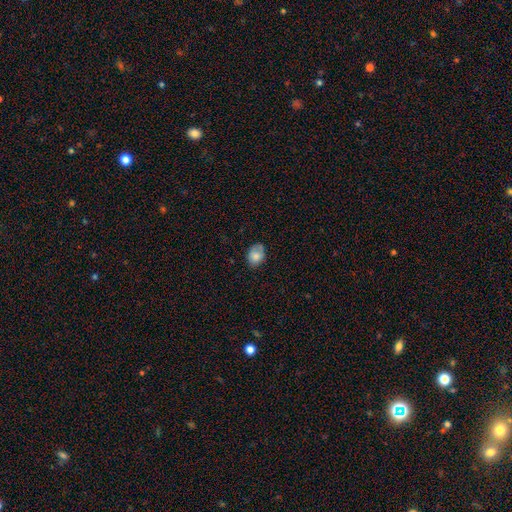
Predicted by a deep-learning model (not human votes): Q: Smooth or featured?
A: smooth (78%); runner-up: featured or disk (13%)
Q: How rounded?
A: in between (72%); runner-up: round (27%)
Q: Merging?
A: none (64%); runner-up: minor disturbance (28%)